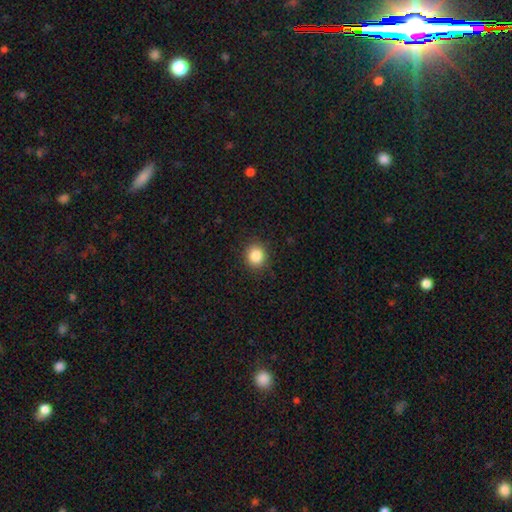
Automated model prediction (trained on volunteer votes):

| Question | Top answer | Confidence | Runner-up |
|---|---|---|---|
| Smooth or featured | smooth | 85% | star or artifact (10%) |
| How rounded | round | 84% | in between (15%) |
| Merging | none | 90% | minor disturbance (7%) |